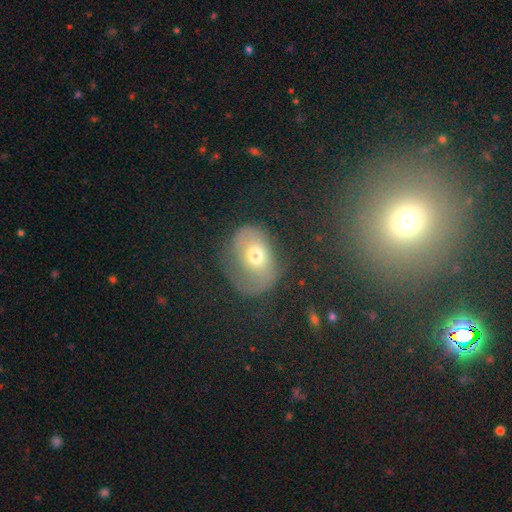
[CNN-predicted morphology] A smooth galaxy with no disk features (50%) that is in between round and cigar-shaped (59%).

Vote fractions:
- Smooth or featured? smooth: 50% / featured or disk: 36% / star or artifact: 13%
- How rounded? in between: 59% / round: 39% / cigar-shaped: 1%
- Merging? none: 47% / major disturbance: 26% / minor disturbance: 24% / merger: 2%